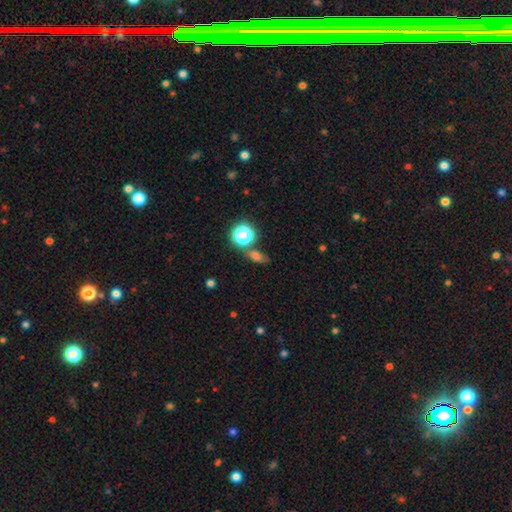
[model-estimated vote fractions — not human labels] Smooth or featured? smooth (63%)
How rounded? in between (60%)
Merging? none (68%)